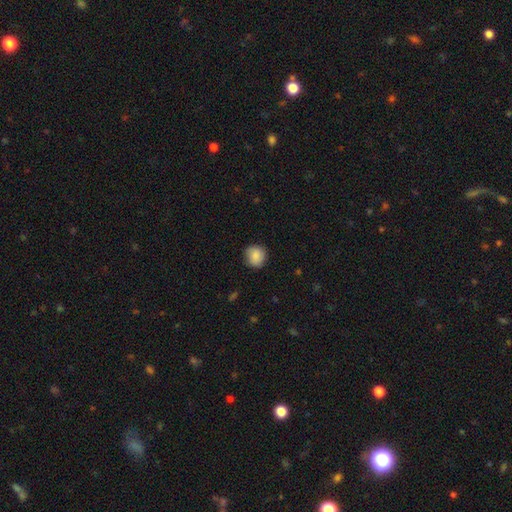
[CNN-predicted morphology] The model was most divided on "merging": none: 84%, minor disturbance: 12%, major disturbance: 3%, merger: 1%. More confident: smooth or featured — smooth (87%); how rounded — round (86%).